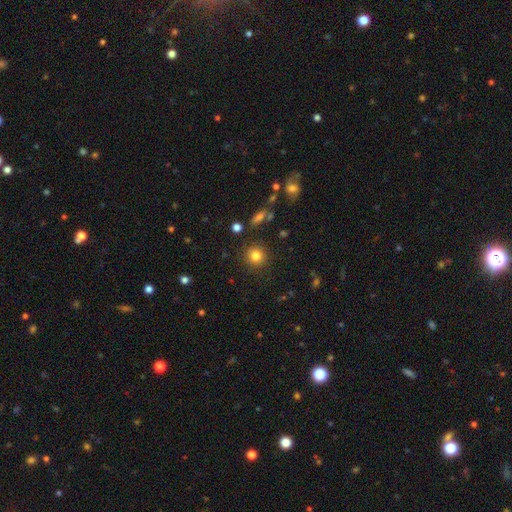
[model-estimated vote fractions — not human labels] smooth 81%, star or artifact 12%, featured or disk 7%. Down the decision tree: how rounded — round (91%); merging — none (88%).